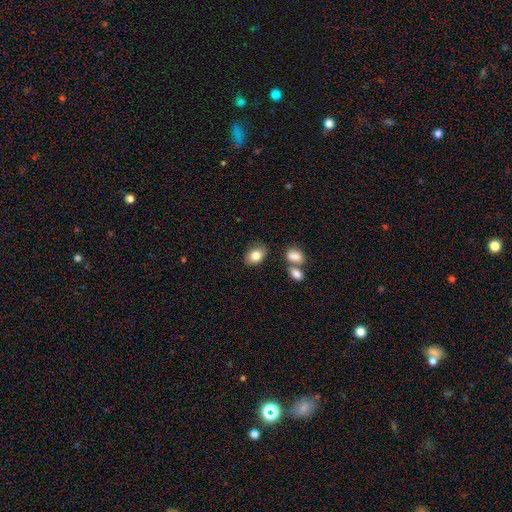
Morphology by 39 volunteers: A smooth galaxy with no disk features (82%) that is in between round and cigar-shaped (72%).

Vote fractions:
- Smooth or featured? smooth: 82% / star or artifact: 10% / featured or disk: 8%
- How rounded? in between: 72% / round: 28% / cigar-shaped: 0%
- Merging? none: 71% / merger: 17% / minor disturbance: 9% / major disturbance: 3%